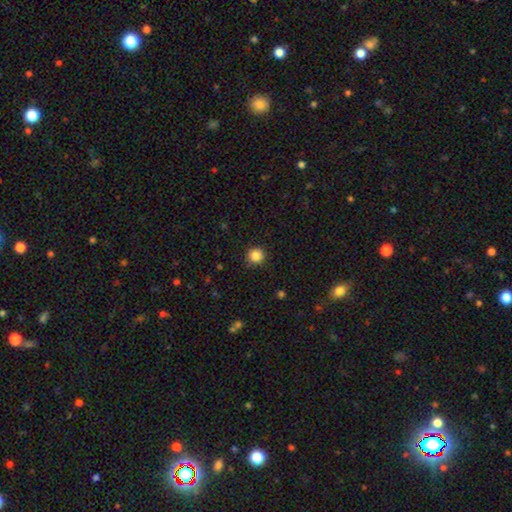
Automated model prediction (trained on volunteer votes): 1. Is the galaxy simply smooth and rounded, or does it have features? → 86% smooth, 11% star or artifact, 4% featured or disk.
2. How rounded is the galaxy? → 95% round, 4% in between, 1% cigar-shaped.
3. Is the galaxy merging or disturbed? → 91% none, 6% minor disturbance, 2% major disturbance, 1% merger.